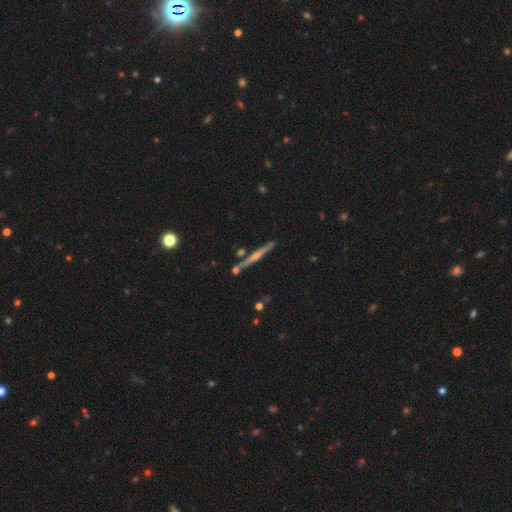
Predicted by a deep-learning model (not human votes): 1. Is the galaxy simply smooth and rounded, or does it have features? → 73% featured or disk, 21% smooth, 7% star or artifact.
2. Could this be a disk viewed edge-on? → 98% yes, 2% no.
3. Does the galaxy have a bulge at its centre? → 67% rounded, 25% none, 8% boxy.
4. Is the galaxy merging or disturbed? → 86% none, 7% minor disturbance, 4% merger, 2% major disturbance.